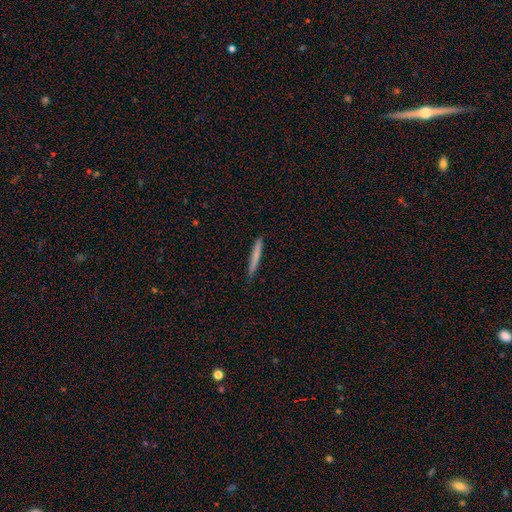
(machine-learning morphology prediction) Q: Smooth or featured?
A: smooth (72%); runner-up: featured or disk (22%)
Q: How rounded?
A: cigar-shaped (96%); runner-up: in between (2%)
Q: Merging?
A: none (87%); runner-up: minor disturbance (10%)